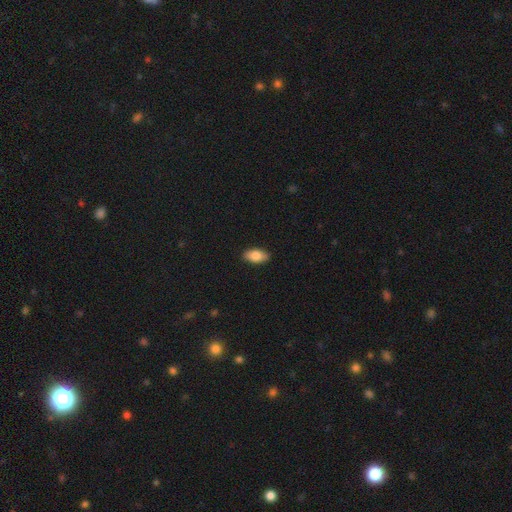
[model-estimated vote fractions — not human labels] Morphology: type=smooth (81%); roundness=in between (91%); merging=none (90%).